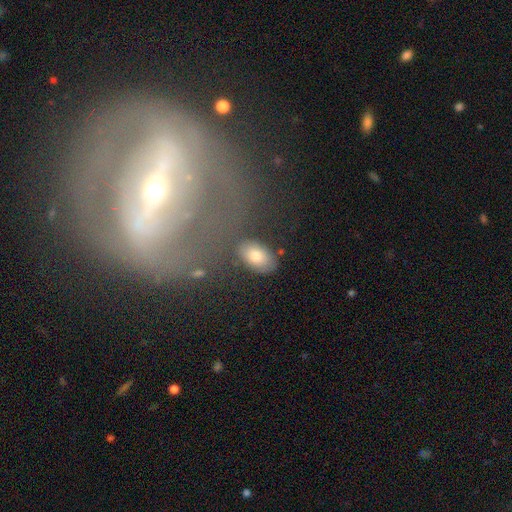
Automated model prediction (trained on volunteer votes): Smooth or featured?
  - smooth: 70% *
  - featured or disk: 20%
  - star or artifact: 11%
How rounded?
  - in between: 89% *
  - round: 9%
  - cigar-shaped: 2%
Merging?
  - none: 77% *
  - minor disturbance: 12%
  - major disturbance: 6%
  - merger: 5%